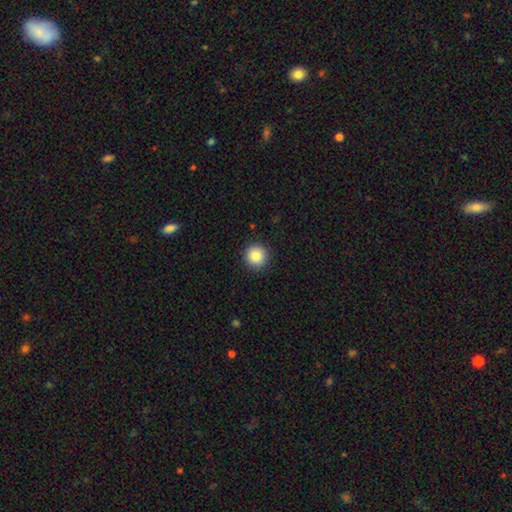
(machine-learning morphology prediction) This is clearly a smooth galaxy (86%). How rounded: clearly round (95%). Merging: clearly none (92%).